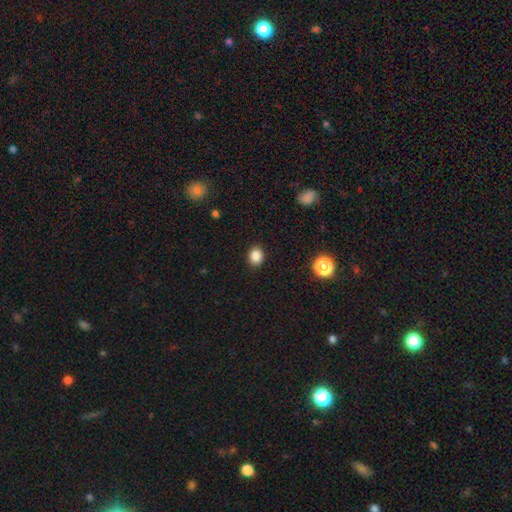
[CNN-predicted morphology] This appears to be a smooth galaxy with no disk features (86%) that is round (55%). Merging: none (90%).